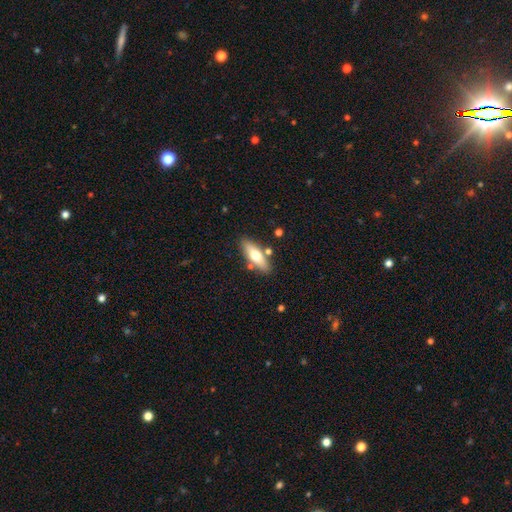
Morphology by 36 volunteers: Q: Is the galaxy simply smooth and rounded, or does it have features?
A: smooth — 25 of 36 (69%).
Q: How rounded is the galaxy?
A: in between — 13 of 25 (52%).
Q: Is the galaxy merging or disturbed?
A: none — 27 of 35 (77%).